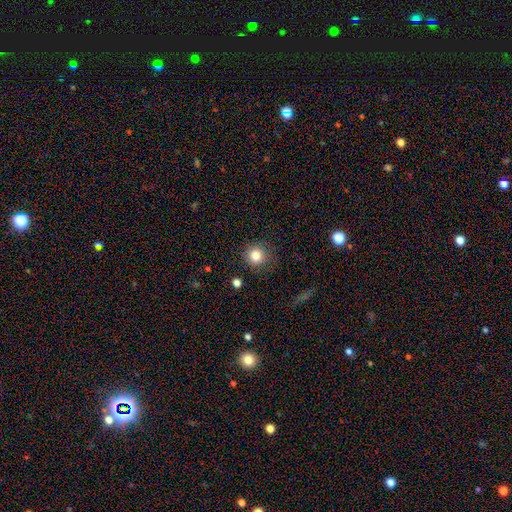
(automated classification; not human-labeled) smooth 82%, star or artifact 11%, featured or disk 6%. Down the decision tree: how rounded — round (92%); merging — none (85%).